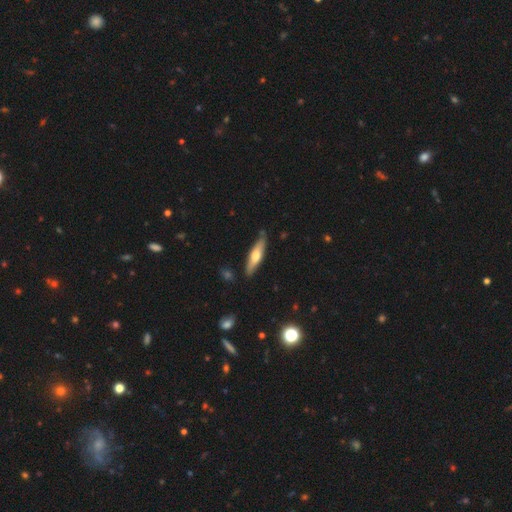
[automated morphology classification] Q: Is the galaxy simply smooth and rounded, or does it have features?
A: smooth — 49%.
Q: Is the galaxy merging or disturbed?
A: none — 84%.